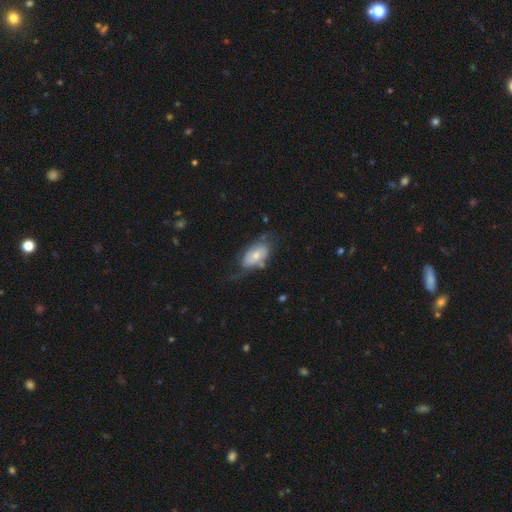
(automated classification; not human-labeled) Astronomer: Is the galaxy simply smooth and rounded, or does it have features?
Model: featured or disk — 50% (runner-up: smooth, 44%).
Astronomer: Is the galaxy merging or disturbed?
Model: none — 41% (runner-up: minor disturbance, 28%).